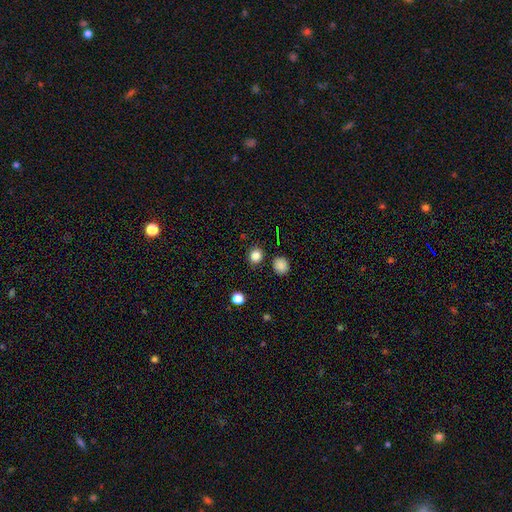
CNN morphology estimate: Smooth or featured: smooth — 83% (star or artifact — 13%)
How rounded: round — 76% (in between — 23%)
Merging: none — 86% (minor disturbance — 7%)